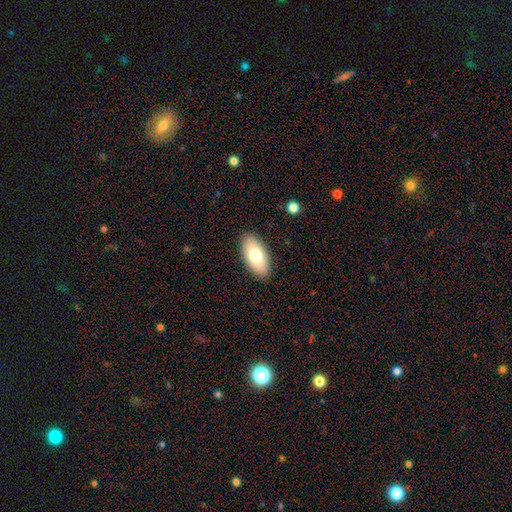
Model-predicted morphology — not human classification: A smooth galaxy with no disk features (75%) that is in between round and cigar-shaped (93%). Merging: none (88%).